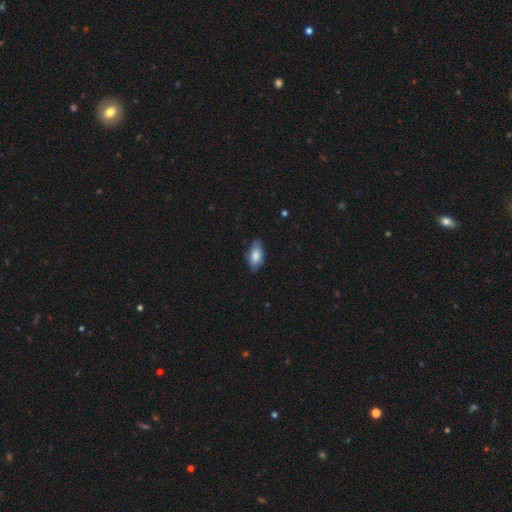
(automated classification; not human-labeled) Smooth or featured? Predicted: smooth (p=0.75). How rounded? Predicted: in between (p=0.90). Merging? Predicted: none (p=0.72).